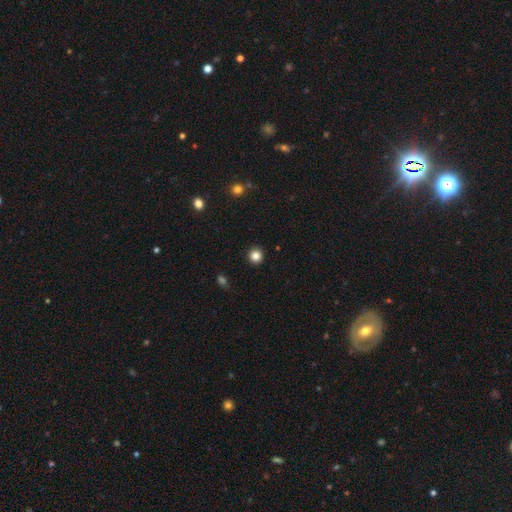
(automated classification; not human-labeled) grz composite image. It shows a smooth galaxy with no disk features (84%) that is round (94%). Merging: none (93%).